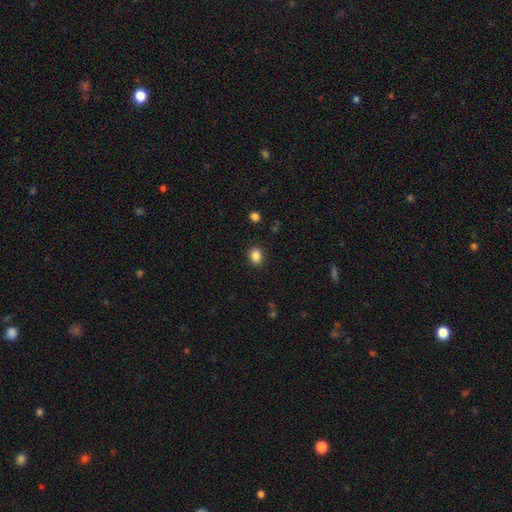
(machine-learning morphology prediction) This appears to be a smooth galaxy with no disk features (85%) that is round (61%). Merging: none (90%).